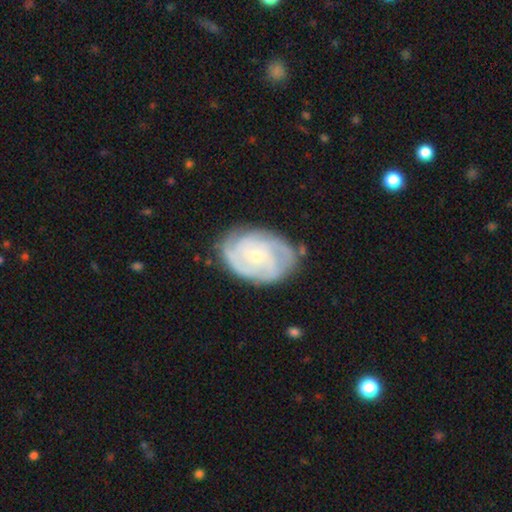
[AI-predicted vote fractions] smooth-or-featured: featured or disk: 82% | smooth: 12% | star or artifact: 5%
  disk-edge-on: no: 97% | yes: 3%
    bar: no: 69% | weak: 26% | strong: 5%
    has-spiral-arms: yes: 95% | no: 5%
      spiral-winding: tight: 65% | medium: 28% | loose: 6%
      spiral-arm-count: 3: 28% | can't tell: 26% | 2: 20% | 4: 15% | more than 4: 5% | 1: 5%
    bulge-size: small: 74% | moderate: 23% | none: 2% | large: 1% | dominant: 1%
  merging: none: 75% | minor disturbance: 18% | major disturbance: 5% | merger: 2%